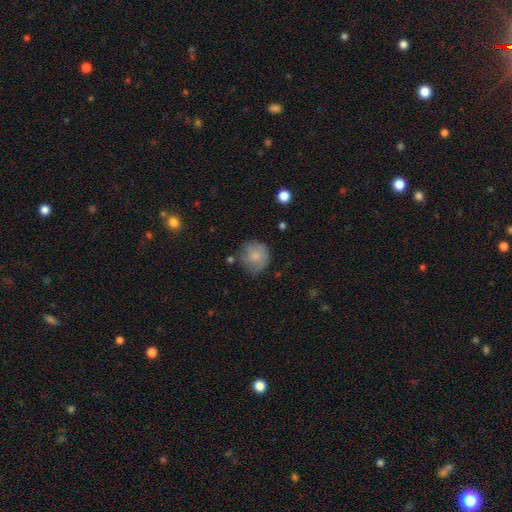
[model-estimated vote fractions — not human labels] The model was most divided on "merging": none: 67%, minor disturbance: 23%, major disturbance: 7%, merger: 3%. More confident: how rounded — round (90%); smooth or featured — smooth (76%).